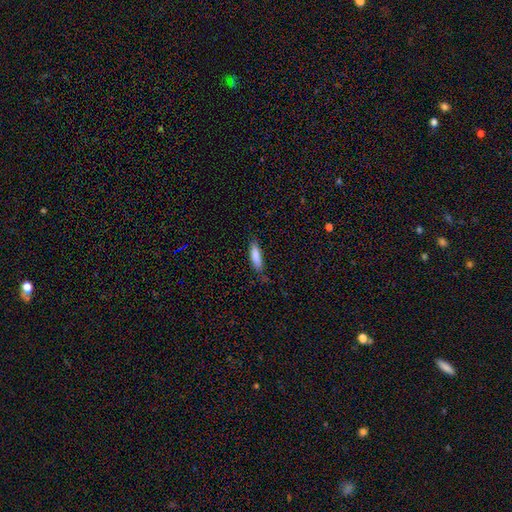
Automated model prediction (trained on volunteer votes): The model was most divided on "how rounded": cigar-shaped: 63%, in between: 36%, round: 1%. More confident: smooth or featured — smooth (84%); merging — none (75%).